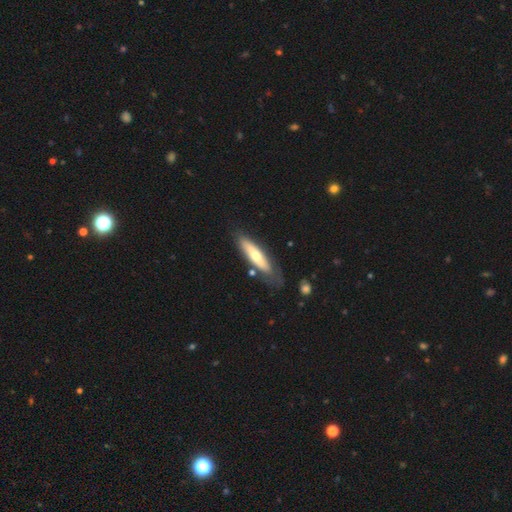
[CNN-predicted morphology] Smooth or featured?
  - smooth: 52% *
  - featured or disk: 43%
  - star or artifact: 5%
How rounded?
  - cigar-shaped: 71% *
  - in between: 28%
  - round: 2%
Merging?
  - none: 70% *
  - minor disturbance: 19%
  - major disturbance: 6%
  - merger: 5%